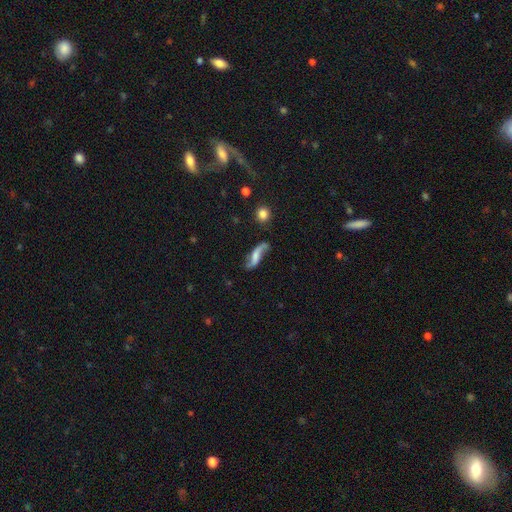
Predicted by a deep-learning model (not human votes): Smooth or featured?
  - featured or disk: 66% *
  - smooth: 26%
  - star or artifact: 8%
Edge-on disk?
  - no: 85% *
  - yes: 15%
Bar?
  - no: 45% *
  - weak: 37%
  - strong: 18%
Spiral arms?
  - yes: 91% *
  - no: 9%
Spiral winding?
  - loose: 89% *
  - medium: 8%
  - tight: 3%
Spiral arm count?
  - 2: 89% *
  - 1: 5%
  - can't tell: 3%
  - 3: 1%
  - 4: 1%
  - more than 4: 1%
Bulge size?
  - small: 32% *
  - none: 30%
  - moderate: 28%
  - large: 8%
  - dominant: 2%
Merging?
  - none: 57% *
  - minor disturbance: 24%
  - major disturbance: 14%
  - merger: 5%